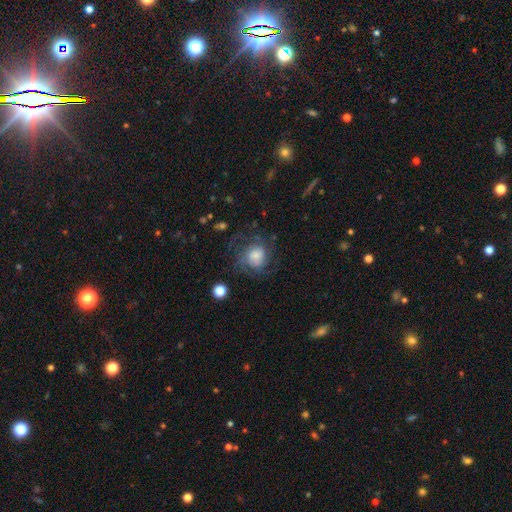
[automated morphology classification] This appears to be a featured or disk galaxy (53%) with no bar (75%), spiral arms (81%) and a large central bulge (32%). Merging: none (58%).